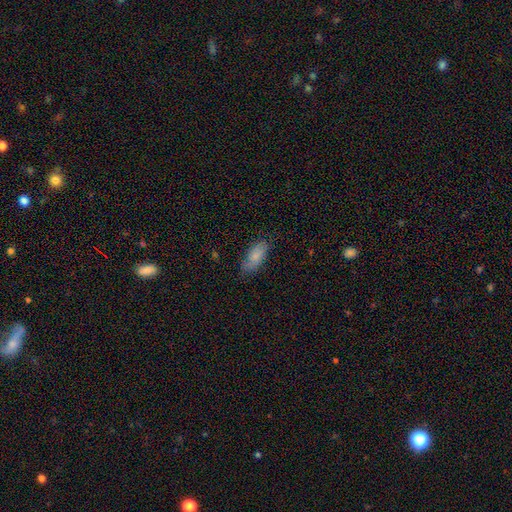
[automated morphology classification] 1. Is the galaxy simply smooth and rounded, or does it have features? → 79% smooth, 14% featured or disk, 7% star or artifact.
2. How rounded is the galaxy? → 85% in between, 13% cigar-shaped, 2% round.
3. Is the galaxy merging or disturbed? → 74% none, 20% minor disturbance, 4% major disturbance, 1% merger.